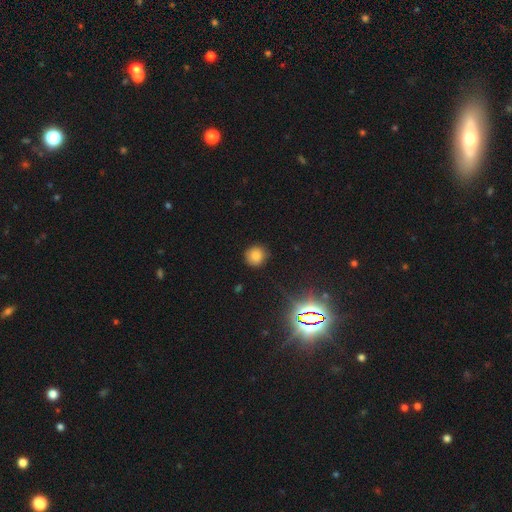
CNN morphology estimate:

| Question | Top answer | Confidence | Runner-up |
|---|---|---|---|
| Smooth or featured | smooth | 79% | star or artifact (15%) |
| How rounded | round | 89% | in between (10%) |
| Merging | none | 85% | minor disturbance (11%) |